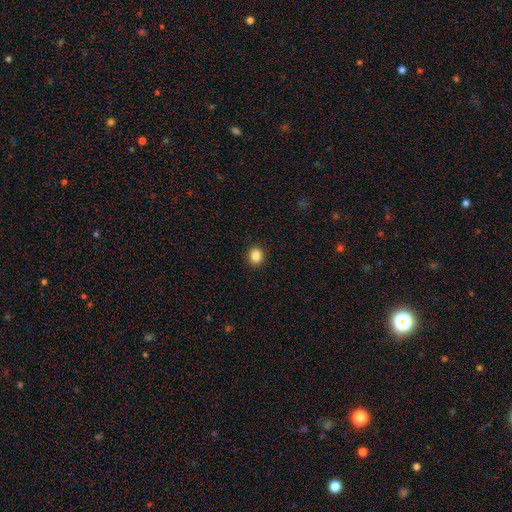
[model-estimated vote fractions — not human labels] This is clearly a smooth galaxy (87%). How rounded: likely round (71%). Merging: clearly none (91%).